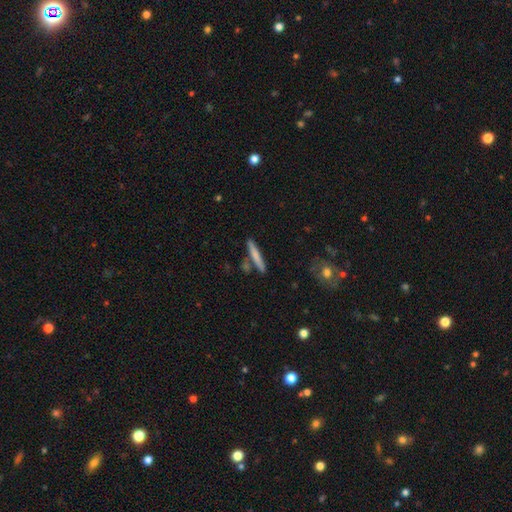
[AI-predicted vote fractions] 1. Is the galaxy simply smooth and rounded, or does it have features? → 71% smooth, 24% featured or disk, 5% star or artifact.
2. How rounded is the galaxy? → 94% cigar-shaped, 5% in between, 2% round.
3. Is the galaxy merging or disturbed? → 81% none, 9% minor disturbance, 7% merger, 2% major disturbance.